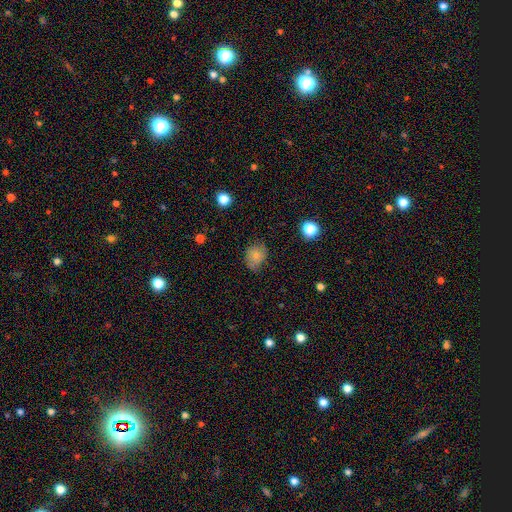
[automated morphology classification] smooth_or_featured: smooth (p=0.75) [alt: featured or disk p=0.14]
how_rounded: in between (p=0.51) [alt: round p=0.48]
merging: none (p=0.62) [alt: minor disturbance p=0.29]